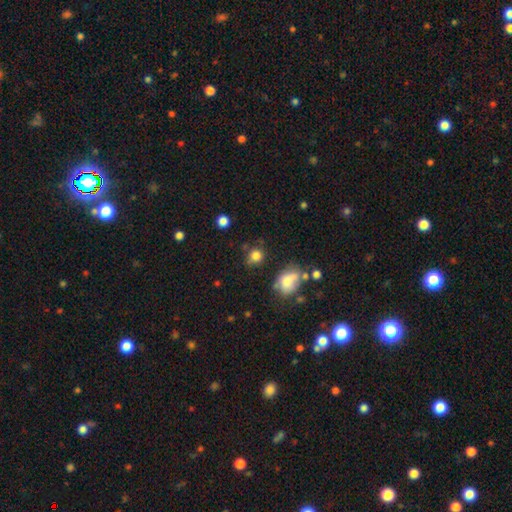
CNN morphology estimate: Overall: smooth (80%). How rounded: round (75%). Merging: none (65%).